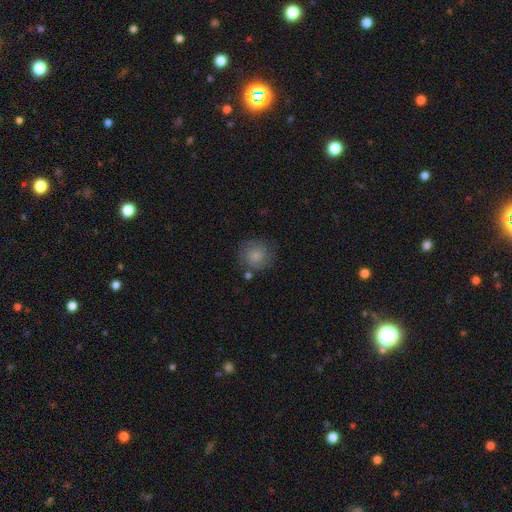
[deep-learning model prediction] Overall: smooth (75%). How rounded: round (89%). Merging: none (73%).